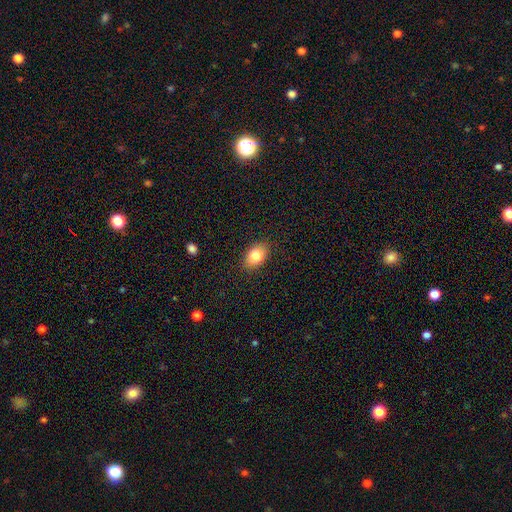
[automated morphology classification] Smooth or featured?
  - smooth: 82% *
  - featured or disk: 10%
  - star or artifact: 8%
How rounded?
  - in between: 87% *
  - round: 12%
  - cigar-shaped: 2%
Merging?
  - none: 87% *
  - minor disturbance: 10%
  - major disturbance: 2%
  - merger: 1%